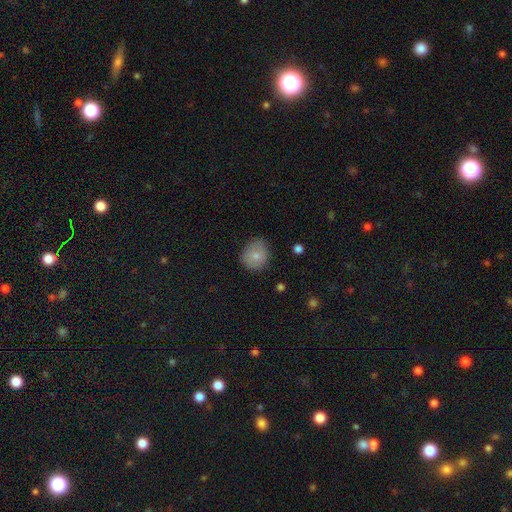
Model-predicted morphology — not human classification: type=smooth (78%); roundness=round (75%); merging=none (74%).